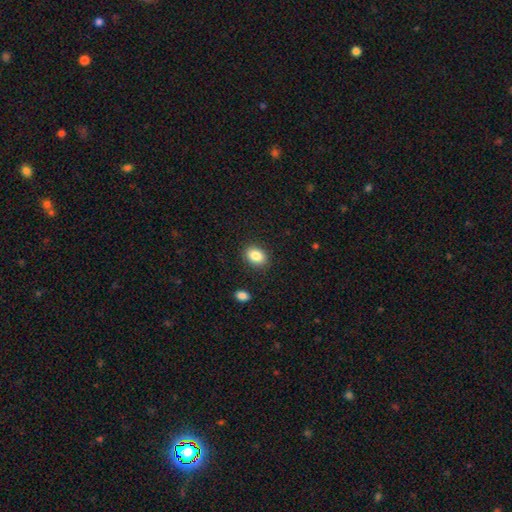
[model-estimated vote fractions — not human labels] The model was most divided on "how rounded": in between: 74%, round: 25%, cigar-shaped: 1%. More confident: merging — none (87%); smooth or featured — smooth (86%).